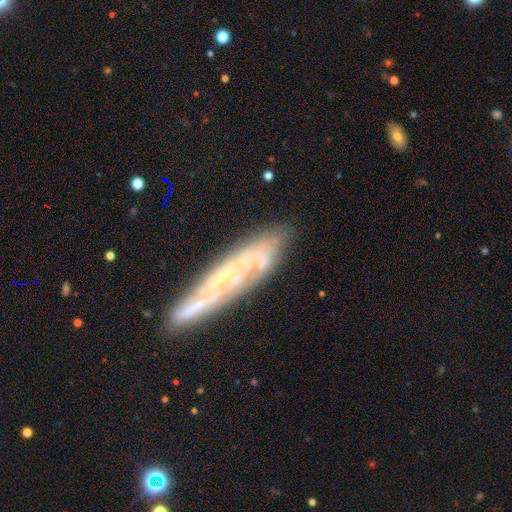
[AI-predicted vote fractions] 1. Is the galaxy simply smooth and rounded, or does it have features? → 70% featured or disk, 22% smooth, 9% star or artifact.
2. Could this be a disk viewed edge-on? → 67% no, 33% yes.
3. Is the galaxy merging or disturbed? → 71% none, 17% minor disturbance, 7% major disturbance, 5% merger.